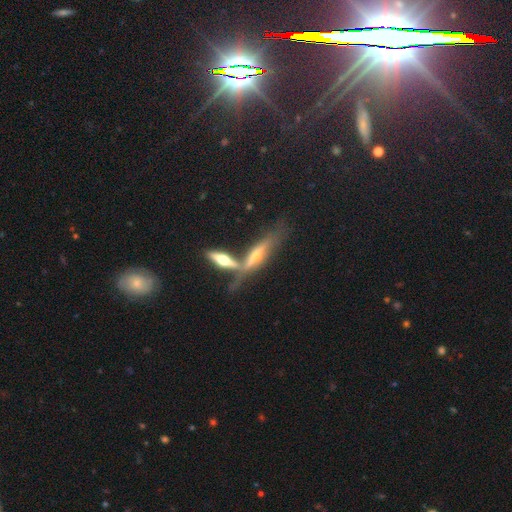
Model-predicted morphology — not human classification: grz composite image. It shows a featured or disk galaxy (64%) viewed edge-on (84%) with a rounded central bulge (87%). Merging: none (44%).